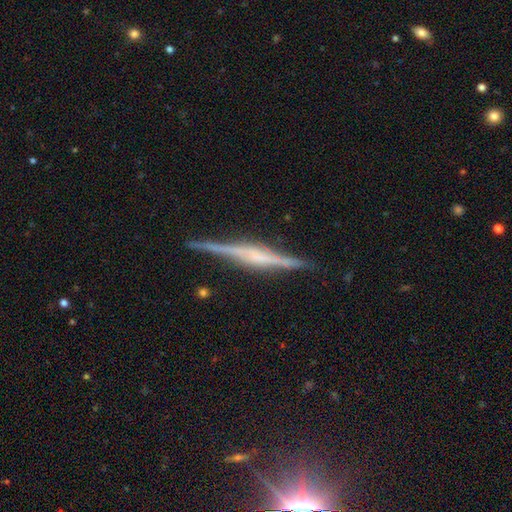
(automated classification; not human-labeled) Morphology: type=featured or disk (84%); edge-on=yes (98%); edge-on bulge=rounded (43%); merging=none (87%).